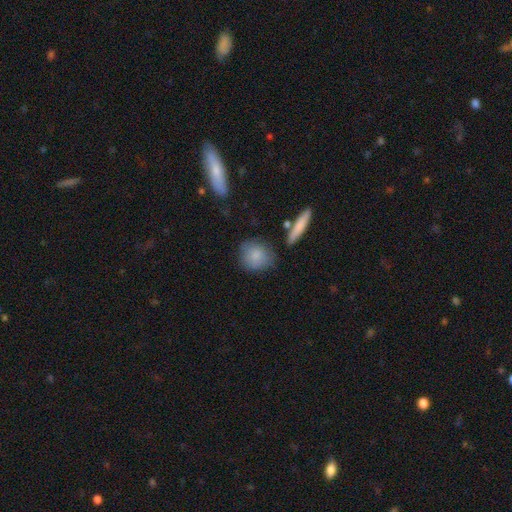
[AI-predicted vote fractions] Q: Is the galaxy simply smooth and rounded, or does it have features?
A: smooth — 84%.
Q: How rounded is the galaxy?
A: round — 74%.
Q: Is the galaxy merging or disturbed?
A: none — 72%.